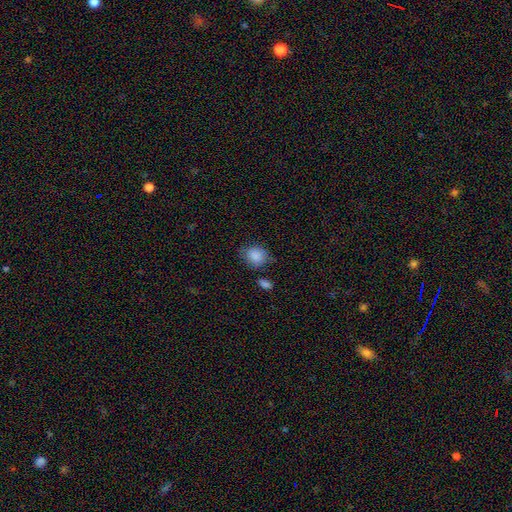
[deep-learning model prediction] Smooth or featured? Predicted: smooth (p=0.87). How rounded? Predicted: round (p=0.59). Merging? Predicted: none (p=0.66).